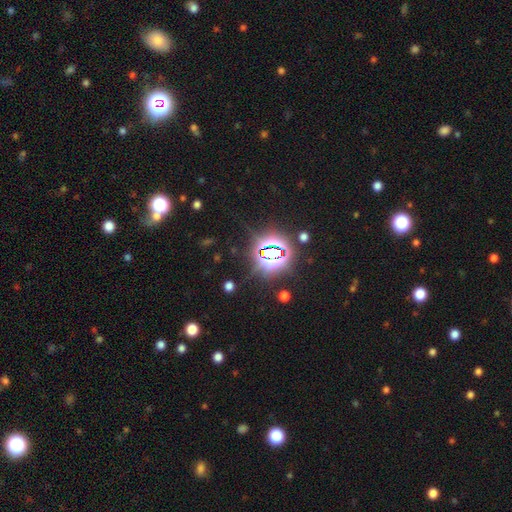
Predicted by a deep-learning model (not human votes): This is clearly a star or artifact rather than a galaxy (84%).